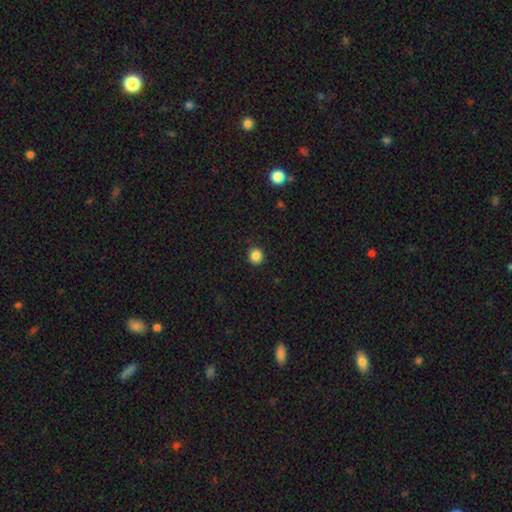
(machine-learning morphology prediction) A smooth galaxy with no disk features (86%) that is round (93%). Merging: none (92%).